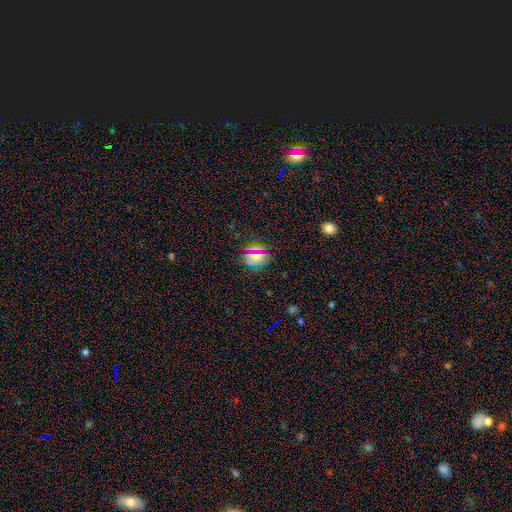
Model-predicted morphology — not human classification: smooth-or-featured: smooth: 65% | star or artifact: 24% | featured or disk: 12%
  how-rounded: in between: 49% (tied) | round: 49% (tied) | cigar-shaped: 3%
  merging: none: 81% | minor disturbance: 13% | major disturbance: 4% | merger: 2%